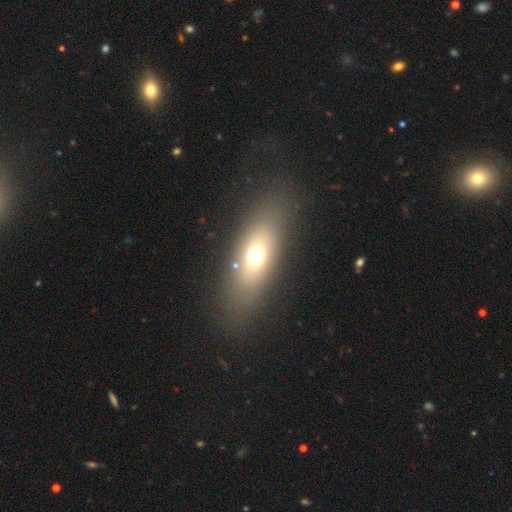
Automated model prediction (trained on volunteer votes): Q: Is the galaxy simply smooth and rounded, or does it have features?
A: smooth — 62%.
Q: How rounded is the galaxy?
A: in between — 69%.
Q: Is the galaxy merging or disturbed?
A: none — 79%.